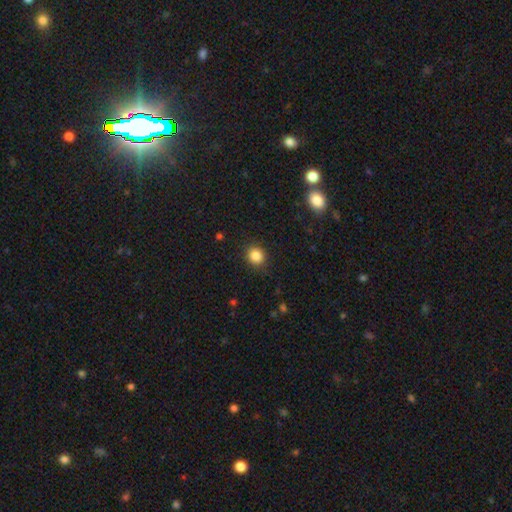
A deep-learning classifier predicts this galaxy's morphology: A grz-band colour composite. It shows a smooth galaxy with no disk features (86%) that is round (81%). Merging: none (88%).